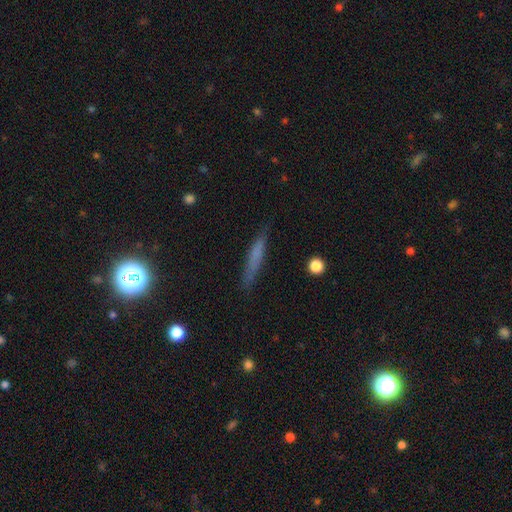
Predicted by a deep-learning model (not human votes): smooth-or-featured: smooth: 60% | featured or disk: 29% | star or artifact: 11%
  how-rounded: cigar-shaped: 90% | in between: 7% | round: 2%
  merging: none: 81% | minor disturbance: 14% | major disturbance: 3% | merger: 2%